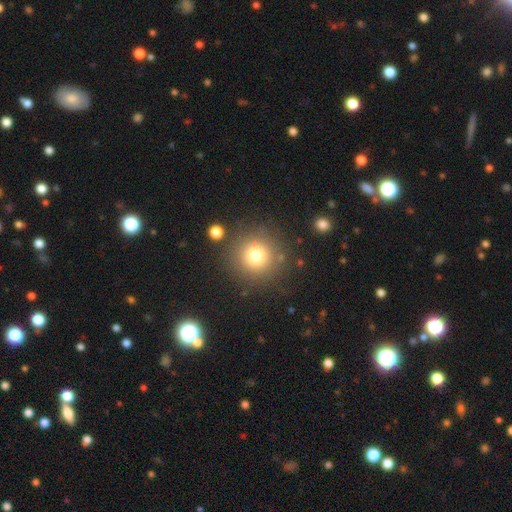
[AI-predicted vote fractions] smooth_or_featured: smooth (p=0.76) [alt: star or artifact p=0.14]
how_rounded: round (p=0.94) [alt: in between p=0.05]
merging: none (p=0.84) [alt: minor disturbance p=0.08]